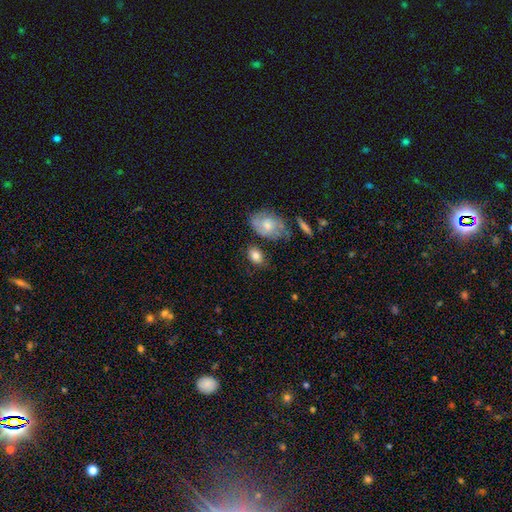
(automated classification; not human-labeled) Smooth or featured? Predicted: smooth (p=0.76). How rounded? Predicted: in between (p=0.79). Merging? Predicted: none (p=0.64).